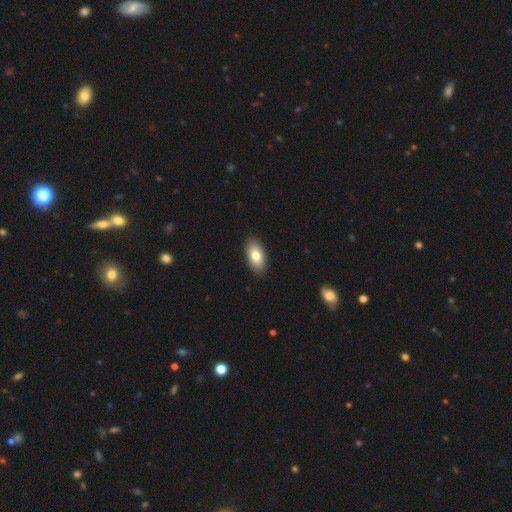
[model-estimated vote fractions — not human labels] Smooth or featured: smooth — 79% (featured or disk — 14%)
How rounded: in between — 92% (cigar-shaped — 4%)
Merging: none — 90% (minor disturbance — 8%)